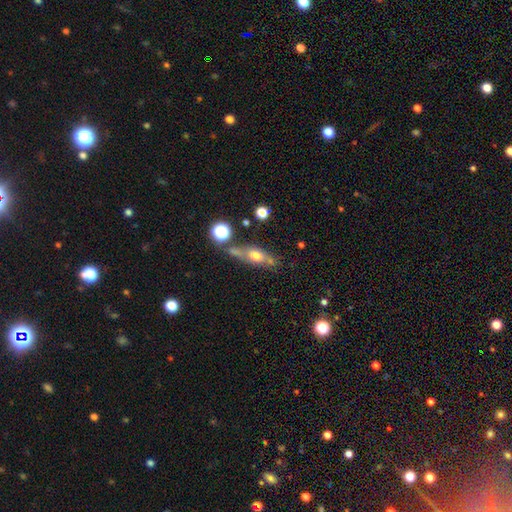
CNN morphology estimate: Q: Smooth or featured?
A: smooth (52%); runner-up: featured or disk (35%)
Q: How rounded?
A: in between (55%); runner-up: cigar-shaped (32%)
Q: Merging?
A: none (51%); runner-up: merger (22%)